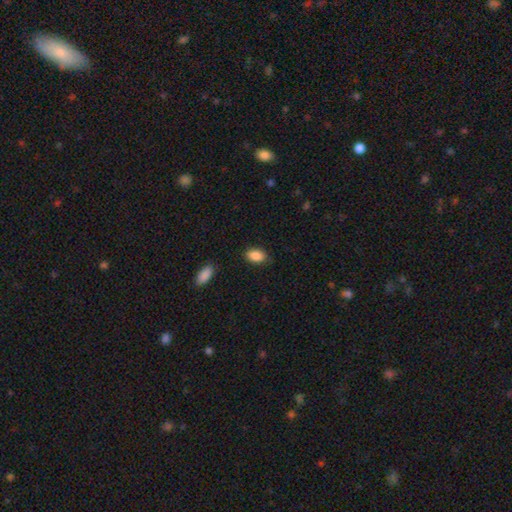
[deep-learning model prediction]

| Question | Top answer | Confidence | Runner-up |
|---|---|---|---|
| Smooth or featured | smooth | 88% | star or artifact (7%) |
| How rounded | in between | 89% | round (10%) |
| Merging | none | 83% | minor disturbance (13%) |